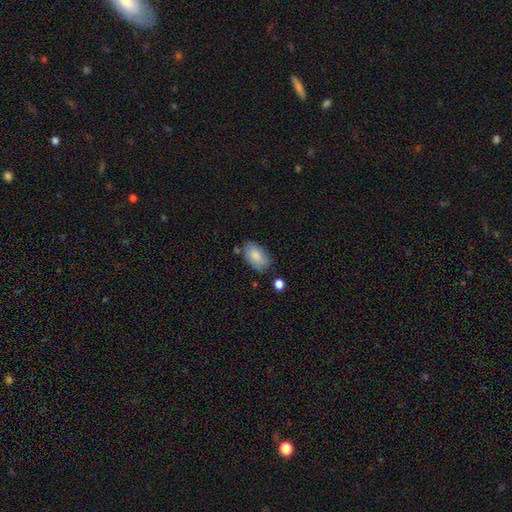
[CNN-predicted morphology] Smooth or featured? Predicted: smooth (p=0.82). How rounded? Predicted: in between (p=0.94). Merging? Predicted: none (p=0.69).